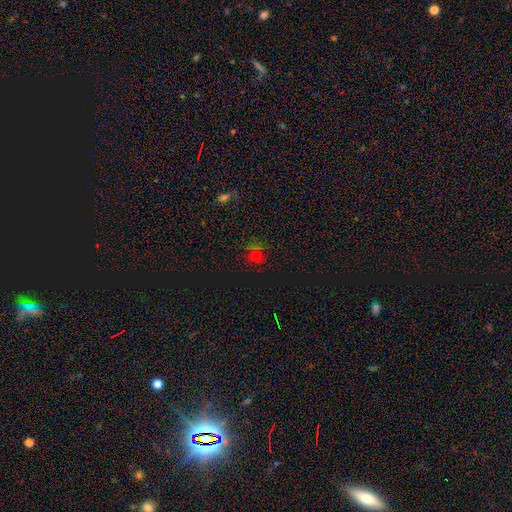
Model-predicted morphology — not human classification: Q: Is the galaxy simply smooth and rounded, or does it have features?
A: smooth — 46%.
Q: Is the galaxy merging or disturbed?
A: none — 75%.